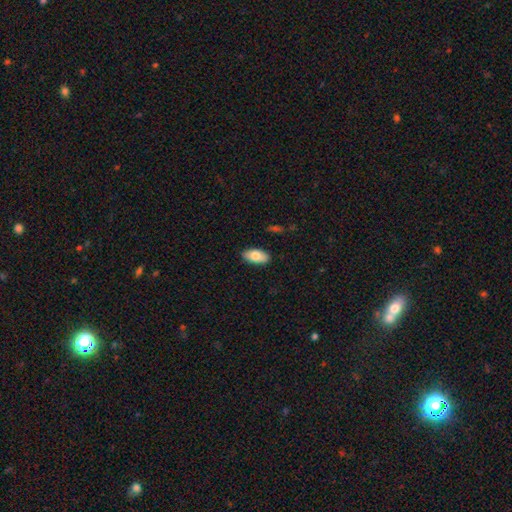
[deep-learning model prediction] A smooth galaxy with no disk features (79%) that is in between round and cigar-shaped (93%).

Vote fractions:
- Smooth or featured? smooth: 79% / featured or disk: 15% / star or artifact: 6%
- How rounded? in between: 93% / cigar-shaped: 4% / round: 3%
- Merging? none: 88% / minor disturbance: 9% / major disturbance: 2% / merger: 1%